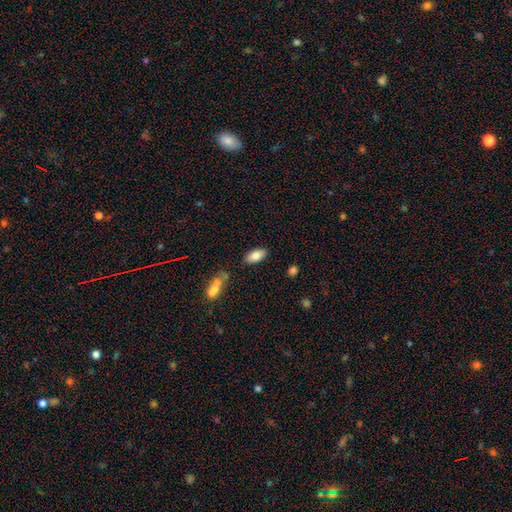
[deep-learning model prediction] Smooth or featured? Predicted: smooth (p=0.80). How rounded? Predicted: in between (p=0.87). Merging? Predicted: none (p=0.83).